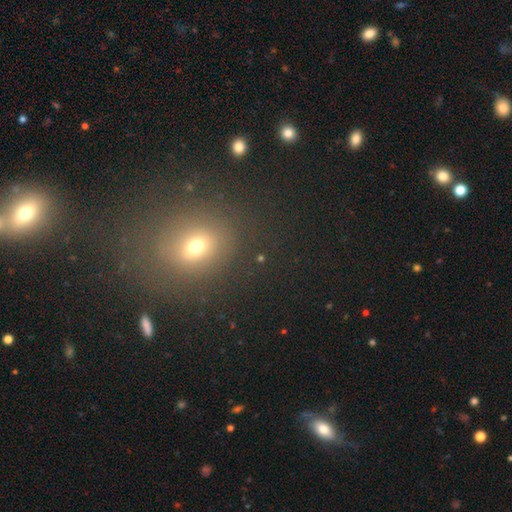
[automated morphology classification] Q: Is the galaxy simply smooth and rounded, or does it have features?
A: smooth — 55%.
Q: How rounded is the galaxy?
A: round — 63%.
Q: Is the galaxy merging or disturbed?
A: none — 80%.